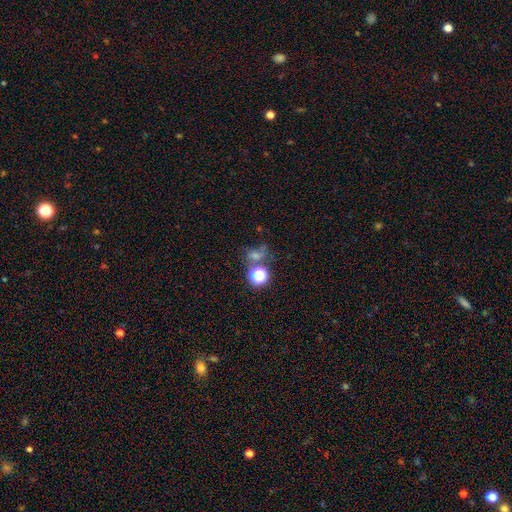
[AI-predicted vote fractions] Smooth or featured? star or artifact (46%)